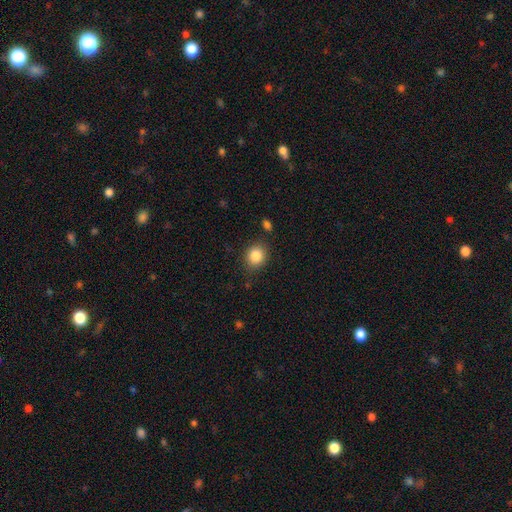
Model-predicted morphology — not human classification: type=smooth (85%); roundness=round (71%); merging=none (83%).